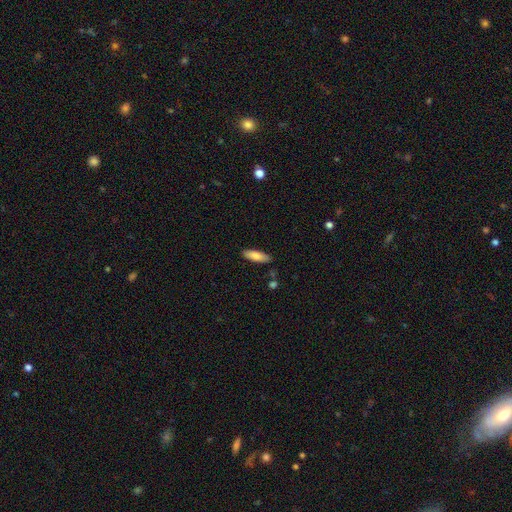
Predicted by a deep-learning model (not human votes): Smooth or featured? Predicted: smooth (p=0.80). How rounded? Predicted: in between (p=0.53). Merging? Predicted: none (p=0.84).